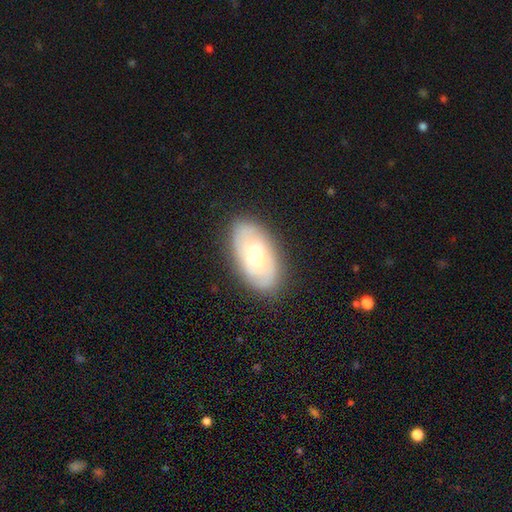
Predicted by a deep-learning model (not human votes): A smooth galaxy with no disk features (47%). Merging: none (85%).